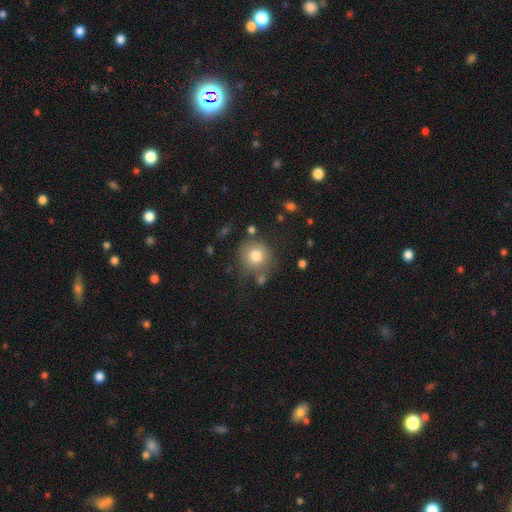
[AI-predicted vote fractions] A smooth galaxy with no disk features (79%) that is round (90%).

Vote fractions:
- Smooth or featured? smooth: 79% / featured or disk: 12% / star or artifact: 9%
- How rounded? round: 90% / in between: 9% / cigar-shaped: 1%
- Merging? none: 64% / minor disturbance: 18% / major disturbance: 10% / merger: 9%